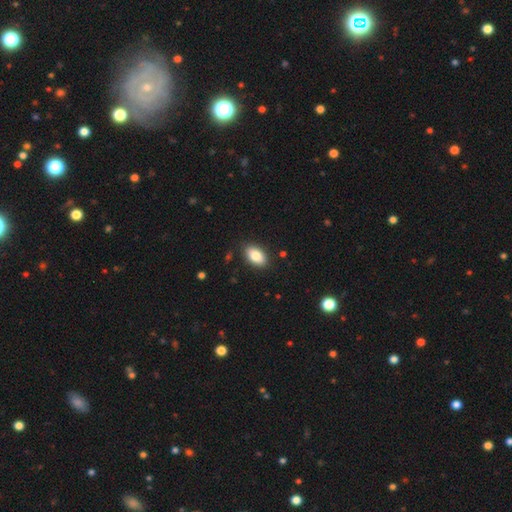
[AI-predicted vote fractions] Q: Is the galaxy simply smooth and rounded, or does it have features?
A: smooth — 84%.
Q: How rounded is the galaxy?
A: in between — 92%.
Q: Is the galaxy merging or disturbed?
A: none — 88%.